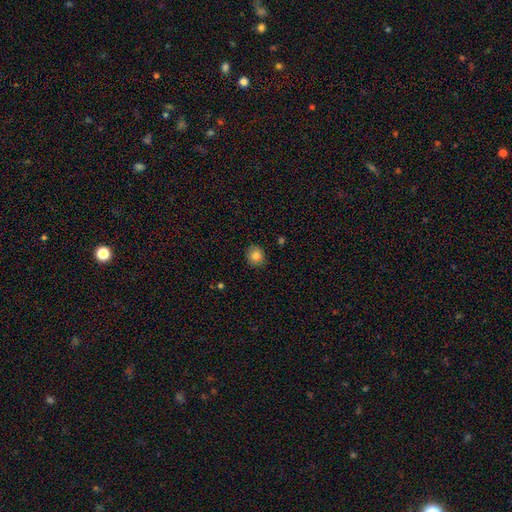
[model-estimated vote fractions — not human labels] A smooth galaxy with no disk features (83%) that is round (80%). Merging: none (88%).